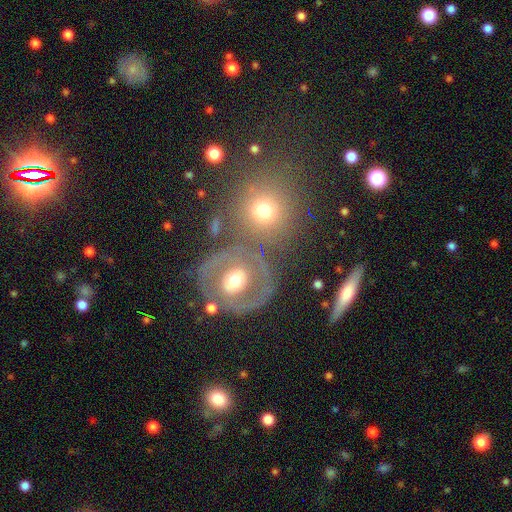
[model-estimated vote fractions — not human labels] This is possibly a featured or disk galaxy (58%). It is clearly not viewed edge-on (89%). Bar: possibly no (58%). Spiral arm pattern: likely yes (63%). Central bulge: likely moderate (62%). Merging: likely none (63%).